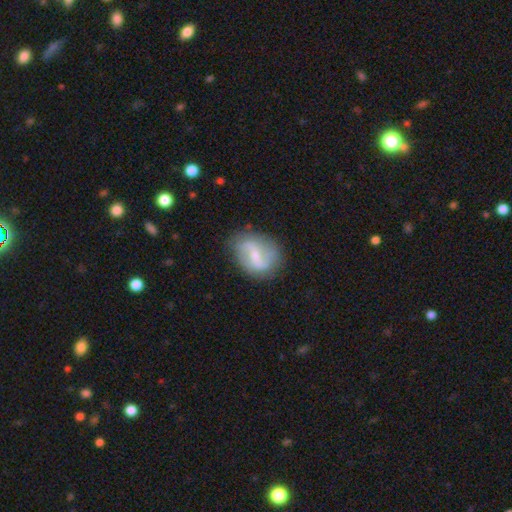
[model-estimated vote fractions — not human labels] Smooth or featured? Predicted: featured or disk (p=0.68). Edge-on disk? Predicted: no (p=0.96). Bar? Predicted: weak (p=0.48). Spiral arms? Predicted: yes (p=0.78). Spiral winding? Predicted: loose (p=0.62). Spiral arm count? Predicted: 2 (p=0.82). Bulge size? Predicted: small (p=0.55). Merging? Predicted: none (p=0.72).